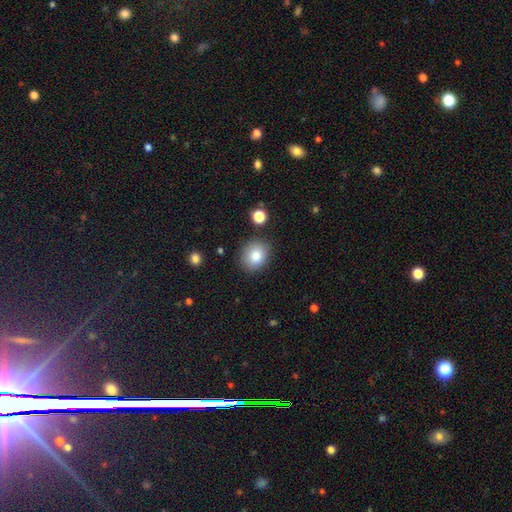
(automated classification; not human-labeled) This is clearly a smooth galaxy (83%). How rounded: likely round (62%). Merging: clearly none (83%).